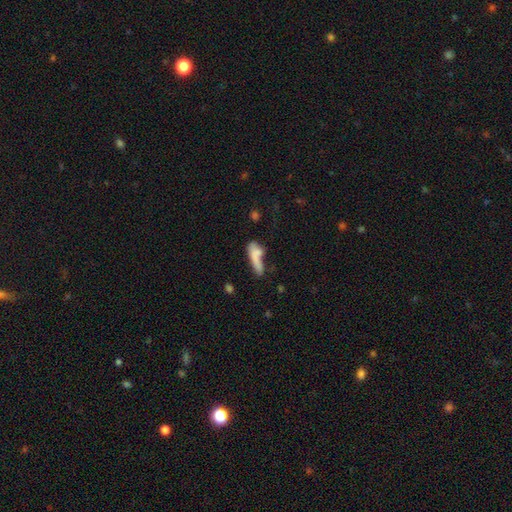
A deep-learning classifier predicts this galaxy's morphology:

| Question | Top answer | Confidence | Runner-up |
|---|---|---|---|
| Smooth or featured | smooth | 69% | featured or disk (22%) |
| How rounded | cigar-shaped | 63% | in between (33%) |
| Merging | none | 34% | merger (31%) |